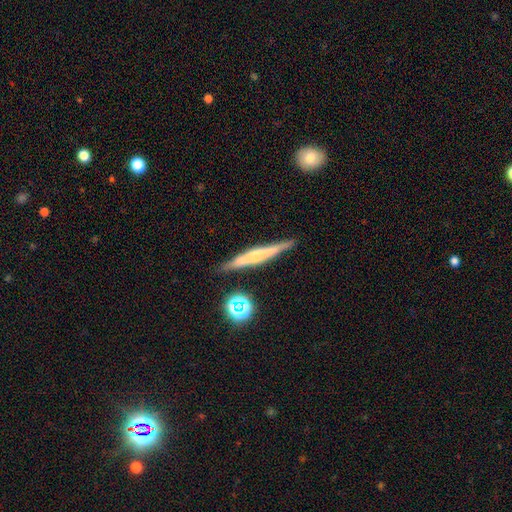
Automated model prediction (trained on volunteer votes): Smooth or featured?
  - featured or disk: 62% *
  - smooth: 29%
  - star or artifact: 9%
Edge-on disk?
  - yes: 97% *
  - no: 3%
Edge-on bulge?
  - rounded: 59% *
  - none: 22%
  - boxy: 19%
Merging?
  - none: 86% *
  - minor disturbance: 9%
  - merger: 2%
  - major disturbance: 2%